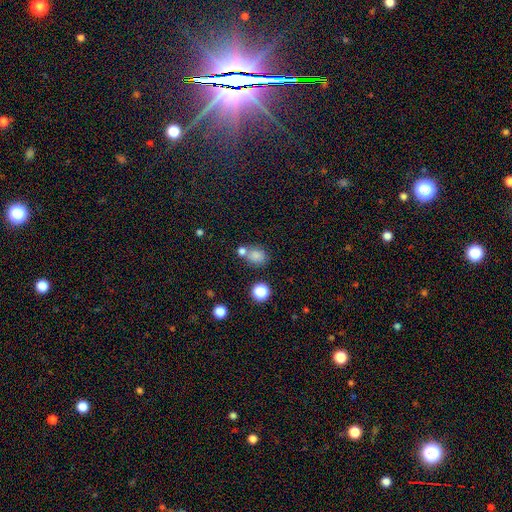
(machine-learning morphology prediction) smooth-or-featured: smooth: 78% | star or artifact: 15% | featured or disk: 7%
  how-rounded: round: 55% | in between: 43% | cigar-shaped: 1%
  merging: none: 55% | merger: 27% | minor disturbance: 12% | major disturbance: 5%